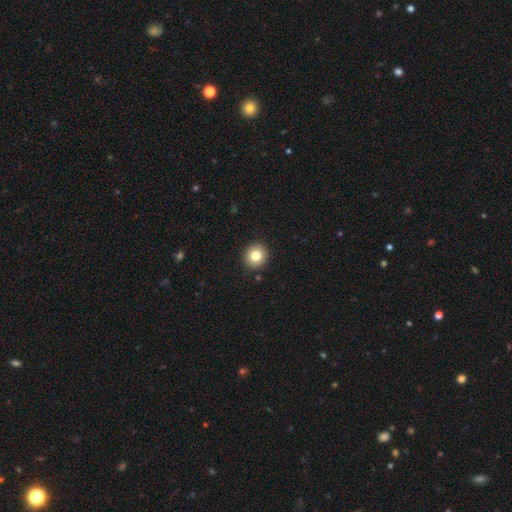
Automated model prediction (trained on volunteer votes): A smooth galaxy with no disk features (80%) that is round (92%).

Vote fractions:
- Smooth or featured? smooth: 80% / star or artifact: 11% / featured or disk: 10%
- How rounded? round: 92% / in between: 7% / cigar-shaped: 1%
- Merging? none: 92% / minor disturbance: 5% / major disturbance: 2% / merger: 1%